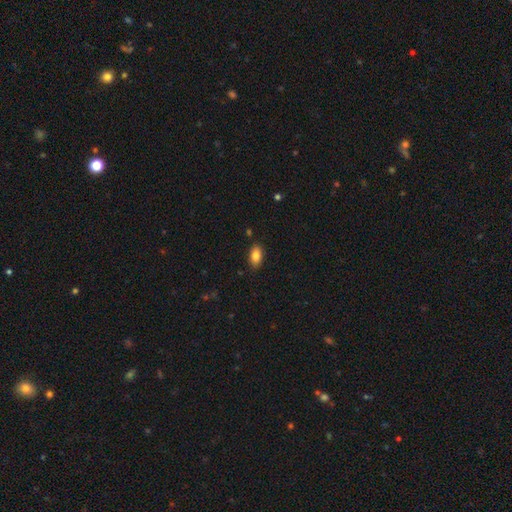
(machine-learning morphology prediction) Q: Smooth or featured?
A: smooth (85%); runner-up: star or artifact (8%)
Q: How rounded?
A: in between (92%); runner-up: round (6%)
Q: Merging?
A: none (86%); runner-up: minor disturbance (10%)